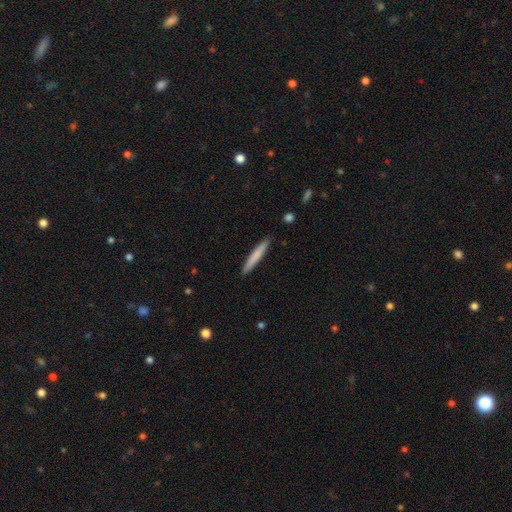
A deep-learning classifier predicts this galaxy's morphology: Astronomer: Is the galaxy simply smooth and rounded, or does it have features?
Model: smooth — 74%.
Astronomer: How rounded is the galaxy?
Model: cigar-shaped — 95%.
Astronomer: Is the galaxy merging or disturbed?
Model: none — 91%.